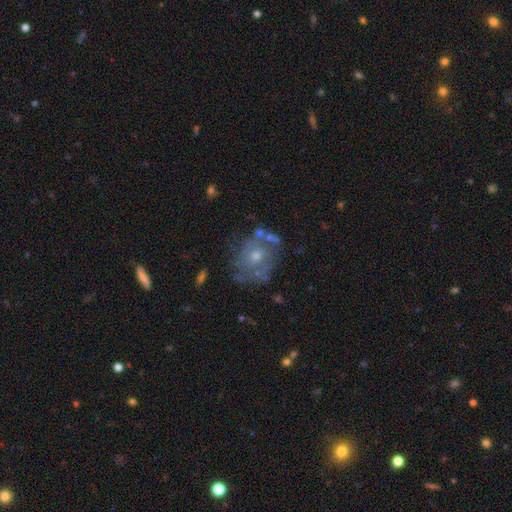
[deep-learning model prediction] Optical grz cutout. It shows a featured or disk galaxy (56%) with no bar (83%), no spiral arms (51%) and a moderate central bulge (55%). Merging: none (57%).